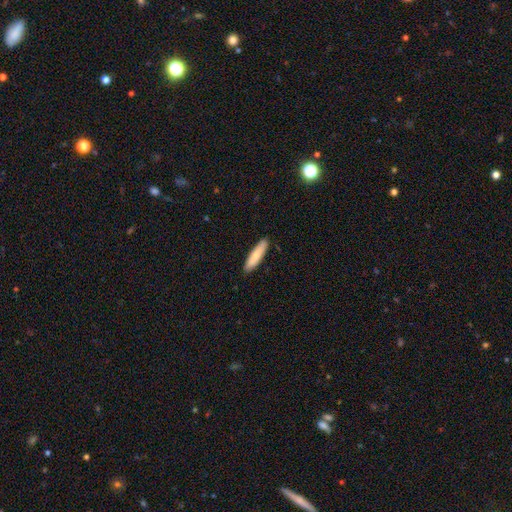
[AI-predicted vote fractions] The model was most divided on "how rounded": cigar-shaped: 79%, in between: 20%, round: 1%. More confident: merging — none (90%); smooth or featured — smooth (81%).